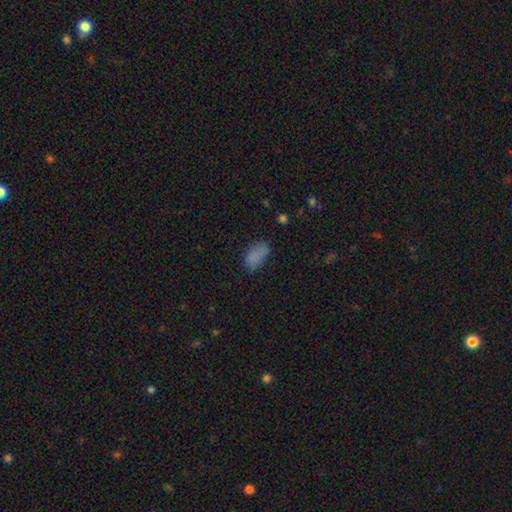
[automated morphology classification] Q: Smooth or featured?
A: smooth (81%); runner-up: star or artifact (11%)
Q: How rounded?
A: in between (92%); runner-up: round (4%)
Q: Merging?
A: none (65%); runner-up: minor disturbance (24%)